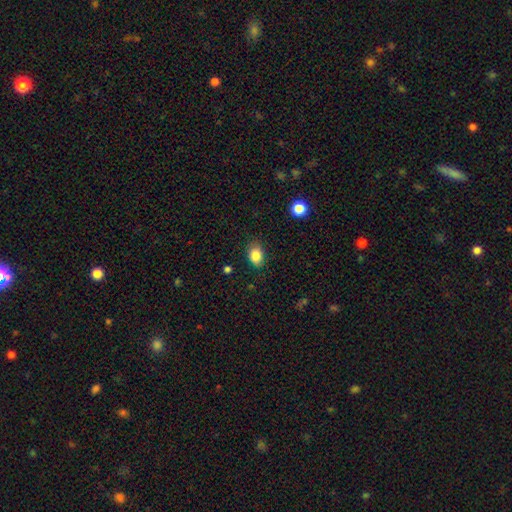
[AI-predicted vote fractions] This is clearly a smooth galaxy (85%). How rounded: likely in between (70%). Merging: likely none (79%).